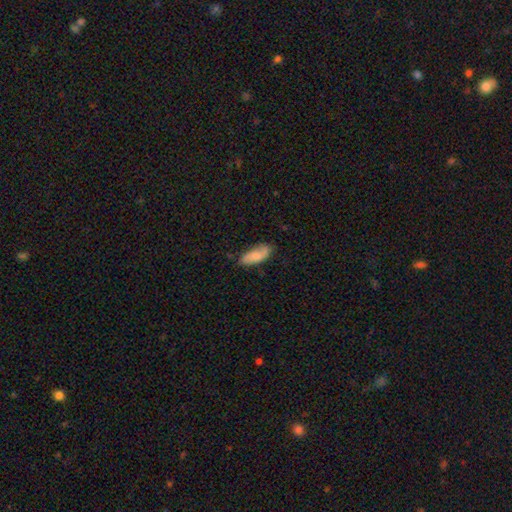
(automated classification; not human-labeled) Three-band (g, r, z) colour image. It shows a smooth galaxy with no disk features (70%) that is in between round and cigar-shaped (78%). Merging: none (67%).